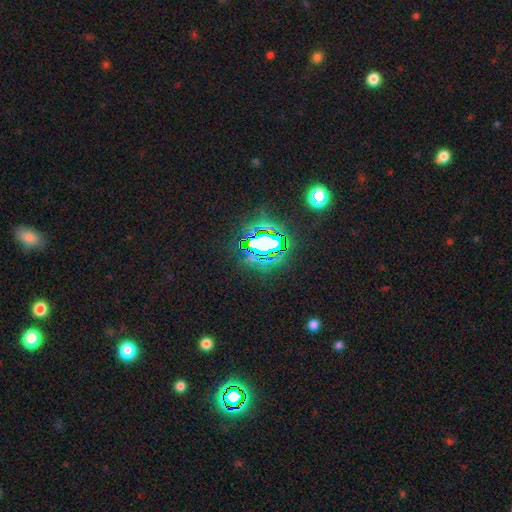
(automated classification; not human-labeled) The model was most divided on "smooth or featured": star or artifact: 83%, smooth: 10%, featured or disk: 7%.